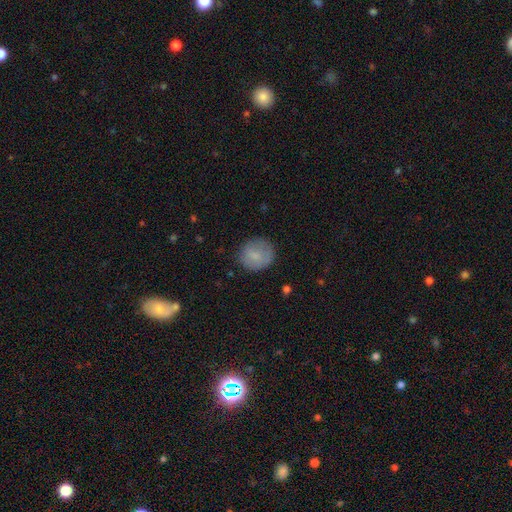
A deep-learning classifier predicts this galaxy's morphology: The model was most divided on "smooth or featured": smooth: 78%, featured or disk: 15%, star or artifact: 8%. More confident: how rounded — round (86%); merging — none (79%).